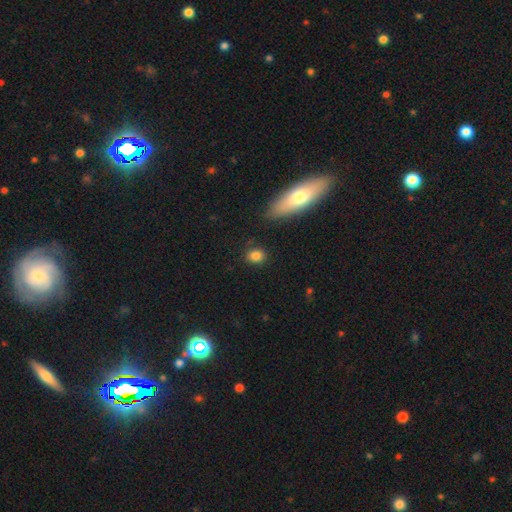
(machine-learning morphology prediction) smooth_or_featured: smooth (p=0.85) [alt: star or artifact p=0.10]
how_rounded: round (p=0.57) [alt: in between p=0.40]
merging: none (p=0.84) [alt: minor disturbance p=0.10]